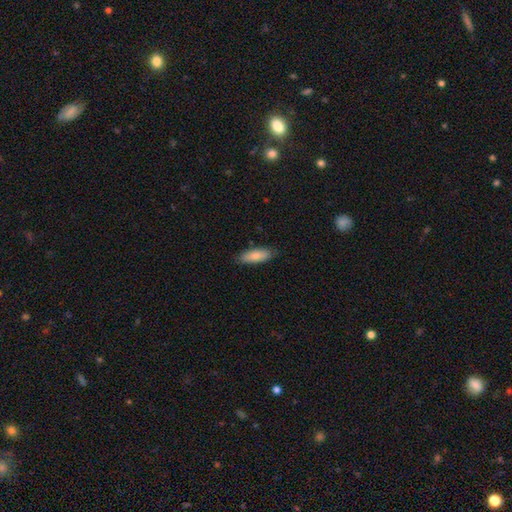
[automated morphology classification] A smooth galaxy with no disk features (82%) that is in between round and cigar-shaped (65%). Merging: none (84%).